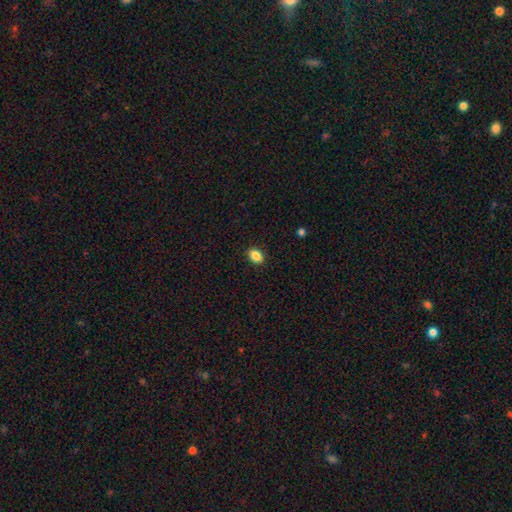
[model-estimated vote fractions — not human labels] smooth-or-featured: smooth: 86% | star or artifact: 9% | featured or disk: 5%
  how-rounded: in between: 74% | round: 25% | cigar-shaped: 1%
  merging: none: 90% | minor disturbance: 7% | major disturbance: 2% | merger: 1%